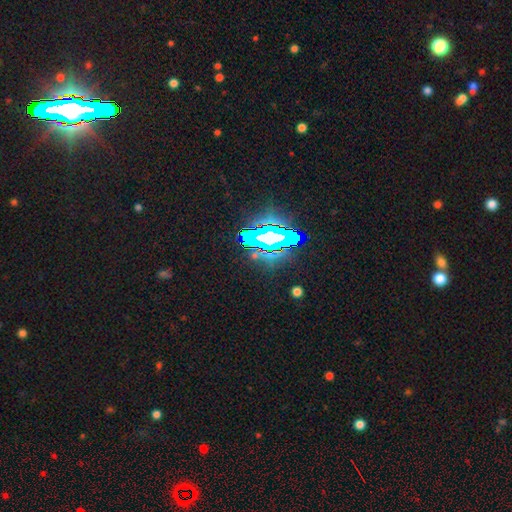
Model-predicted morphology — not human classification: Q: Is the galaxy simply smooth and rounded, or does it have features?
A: star or artifact — 69%.